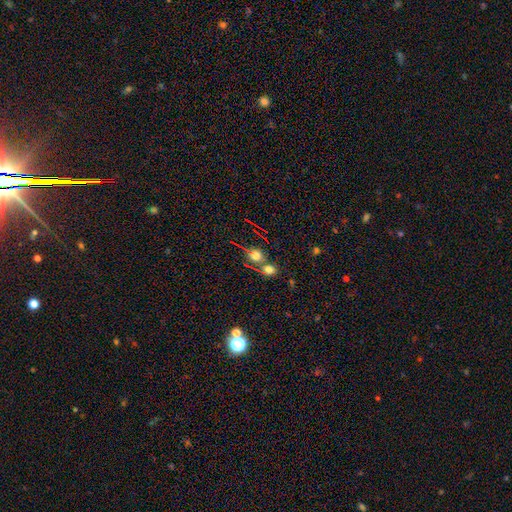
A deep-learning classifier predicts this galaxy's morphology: smooth 62%, star or artifact 21%, featured or disk 17%. Down the decision tree: how rounded — round (80%); merging — none (48%).